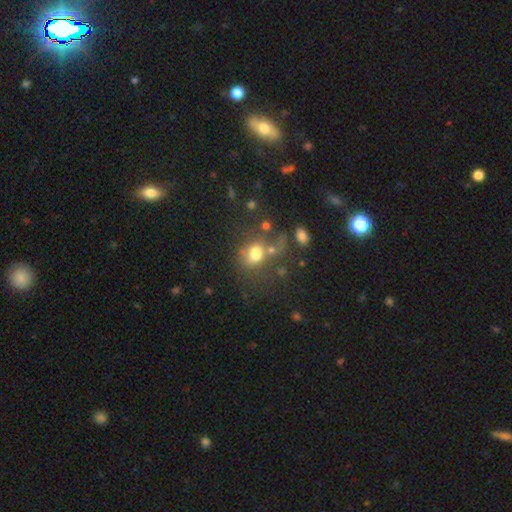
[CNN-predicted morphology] Overall: smooth (66%). How rounded: in between (53%; round 45%). Merging: none (36%; merger 28%).